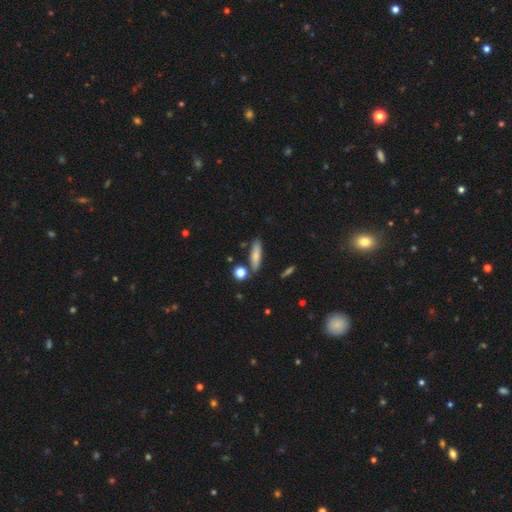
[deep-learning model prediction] smooth-or-featured: smooth: 74% | featured or disk: 18% | star or artifact: 8%
  how-rounded: cigar-shaped: 68% | in between: 28% | round: 4%
  merging: none: 79% | minor disturbance: 12% | merger: 6% | major disturbance: 3%